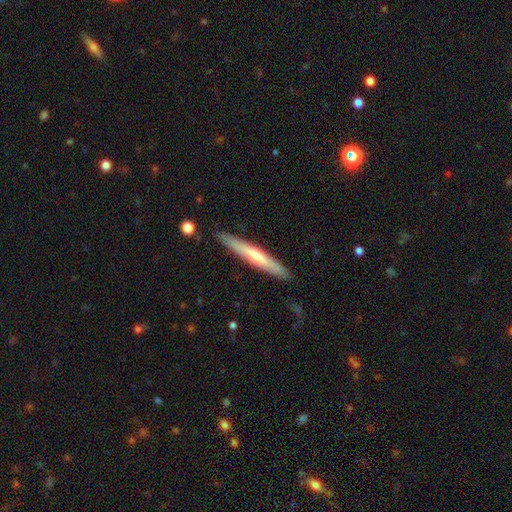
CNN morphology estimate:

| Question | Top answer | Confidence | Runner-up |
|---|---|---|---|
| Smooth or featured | featured or disk | 48% | smooth (47%) |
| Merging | none | 88% | minor disturbance (9%) |